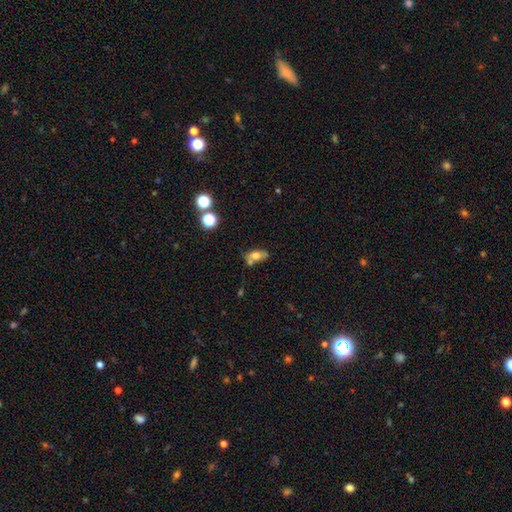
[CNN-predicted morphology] Smooth or featured? Predicted: smooth (p=0.66). How rounded? Predicted: in between (p=0.82). Merging? Predicted: none (p=0.51).